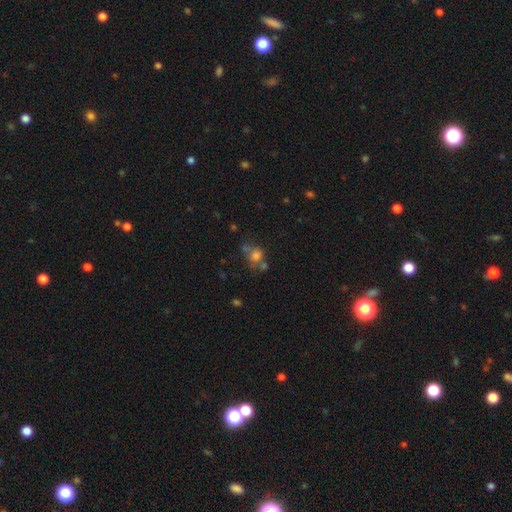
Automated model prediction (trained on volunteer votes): A smooth galaxy with no disk features (61%) that is round (63%). Merging: none (44%).